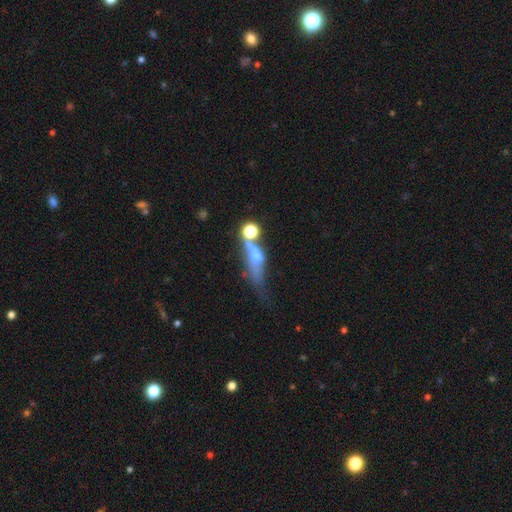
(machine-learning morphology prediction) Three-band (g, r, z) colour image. It shows a featured or disk galaxy (46%). Merging: merger (31%).